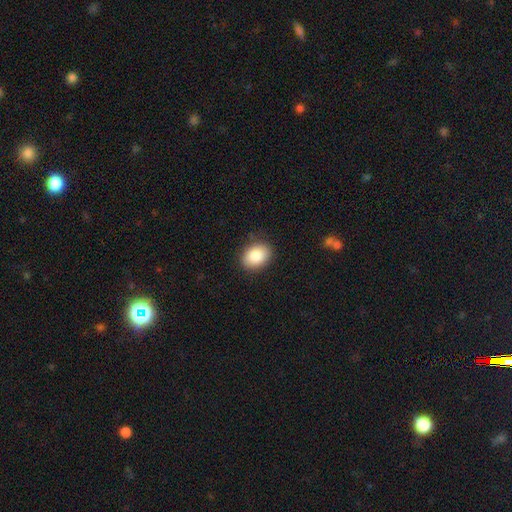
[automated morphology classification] Overall: smooth (88%). How rounded: in between (74%). Merging: none (86%).